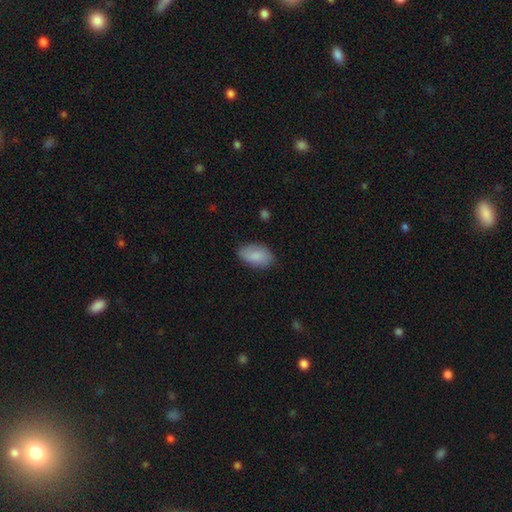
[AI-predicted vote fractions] A smooth galaxy with no disk features (86%) that is in between round and cigar-shaped (93%).

Vote fractions:
- Smooth or featured? smooth: 86% / featured or disk: 8% / star or artifact: 6%
- How rounded? in between: 93% / round: 5% / cigar-shaped: 2%
- Merging? none: 80% / minor disturbance: 16% / major disturbance: 3% / merger: 1%